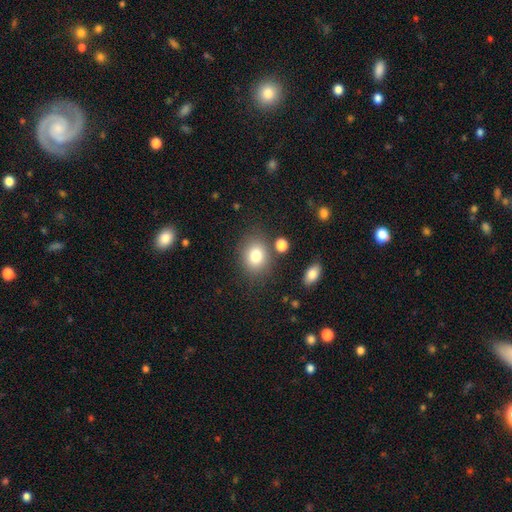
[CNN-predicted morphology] This appears to be a smooth galaxy with no disk features (80%) that is round (50%). Merging: none (77%).